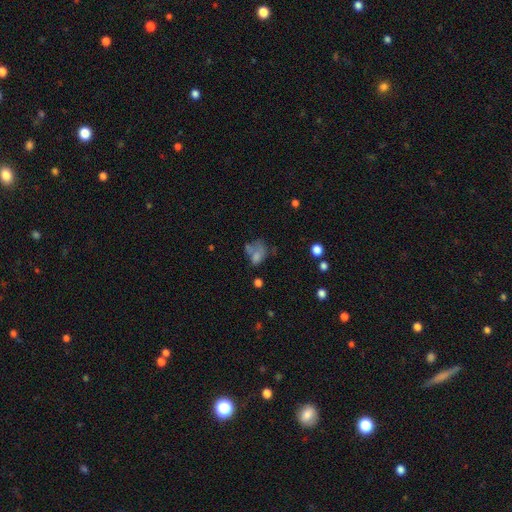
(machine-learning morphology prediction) Smooth or featured: smooth — 53% (featured or disk — 28%)
How rounded: in between — 69% (round — 29%)
Merging: major disturbance — 30% (none — 28%)